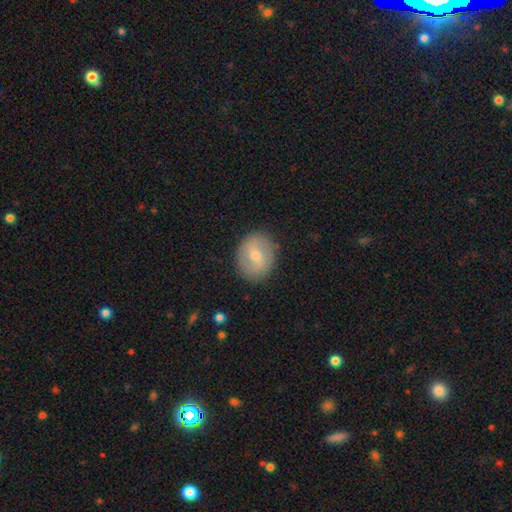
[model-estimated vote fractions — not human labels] smooth_or_featured: smooth (p=0.54) [alt: featured or disk p=0.39]
how_rounded: round (p=0.59) [alt: in between p=0.39]
merging: none (p=0.86) [alt: minor disturbance p=0.10]